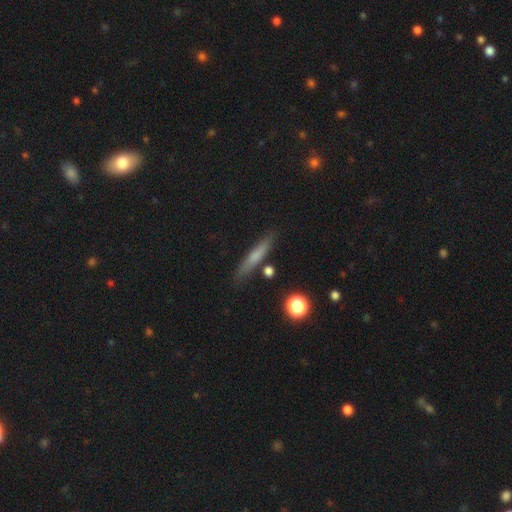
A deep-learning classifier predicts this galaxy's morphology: The model was most divided on "smooth or featured": smooth: 62%, featured or disk: 30%, star or artifact: 9%. More confident: how rounded — cigar-shaped (89%); merging — none (83%).